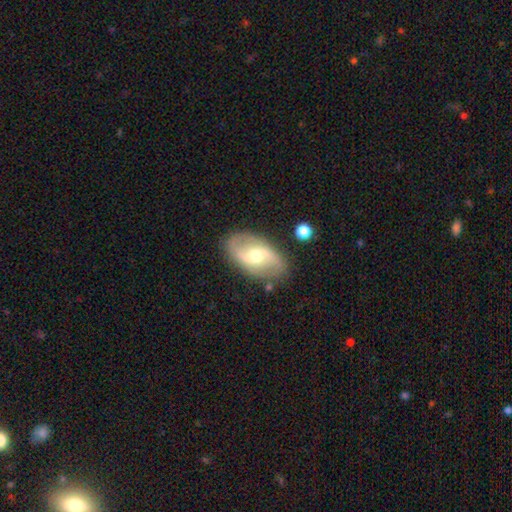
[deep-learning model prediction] smooth-or-featured: featured or disk: 77% | smooth: 17% | star or artifact: 6%
  disk-edge-on: no: 95% | yes: 5%
    bar: weak: 48% | no: 29% | strong: 24%
    has-spiral-arms: yes: 87% | no: 13%
      spiral-winding: loose: 52% | medium: 35% | tight: 12%
      spiral-arm-count: 2: 90% | can't tell: 5% | 1: 2% | 3: 1% | 4: 1% | more than 4: 1%
    bulge-size: moderate: 63% | small: 31% | large: 4% | none: 1% | dominant: 1%
  merging: none: 82% | minor disturbance: 12% | major disturbance: 4% | merger: 2%